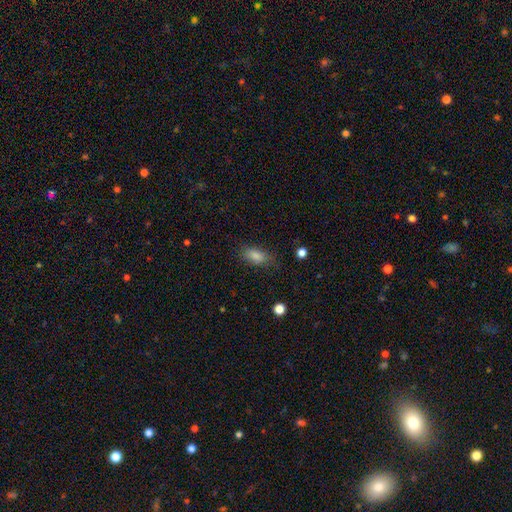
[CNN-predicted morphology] The model was most divided on "merging": none: 80%, minor disturbance: 15%, major disturbance: 4%, merger: 1%. More confident: how rounded — in between (81%); smooth or featured — smooth (81%).